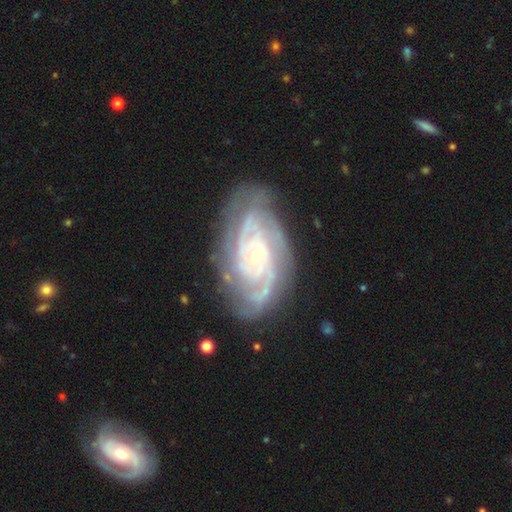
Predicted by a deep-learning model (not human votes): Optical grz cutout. It shows a featured or disk galaxy (89%) with no bar (76%), 3 (24%) tight (73%) spiral arms (97%) and a small central bulge (81%). Merging: none (76%).